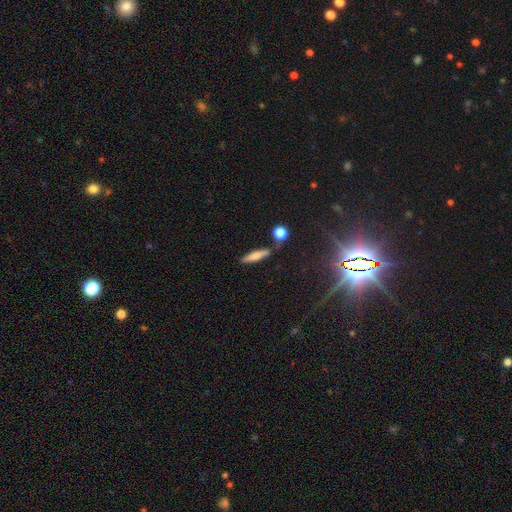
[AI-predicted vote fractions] Smooth or featured? smooth (65%)
How rounded? cigar-shaped (77%)
Merging? none (72%)